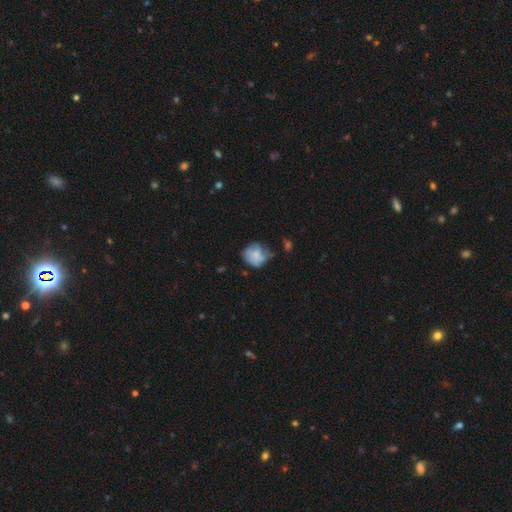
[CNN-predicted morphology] The model was most divided on "merging": none: 46%, minor disturbance: 33%, major disturbance: 16%, merger: 5%. More confident: how rounded — round (74%); smooth or featured — smooth (62%).